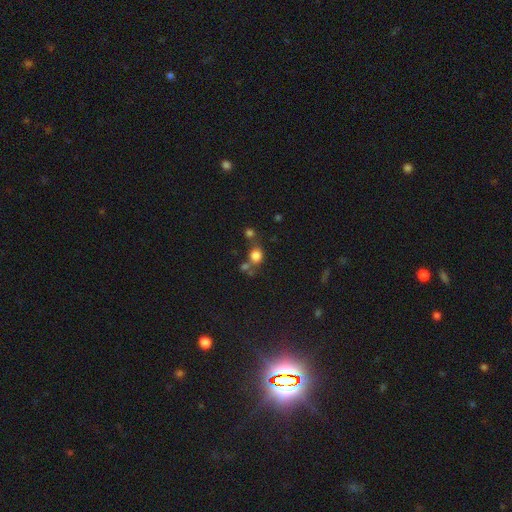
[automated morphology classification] type=smooth (78%); roundness=round (78%); merging=none (54%).